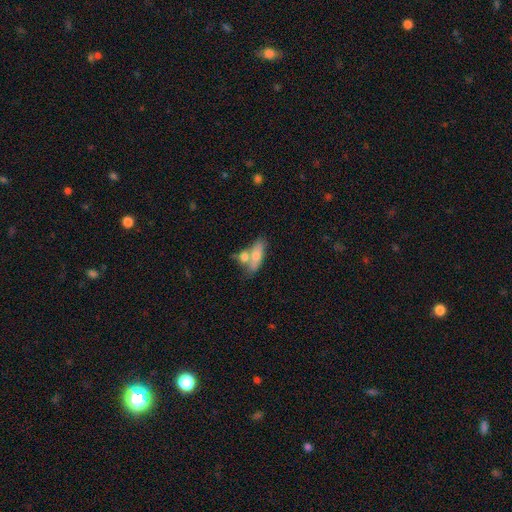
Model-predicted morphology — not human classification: Smooth or featured: smooth — 65% (featured or disk — 29%)
How rounded: in between — 65% (cigar-shaped — 30%)
Merging: merger — 44% (none — 38%)